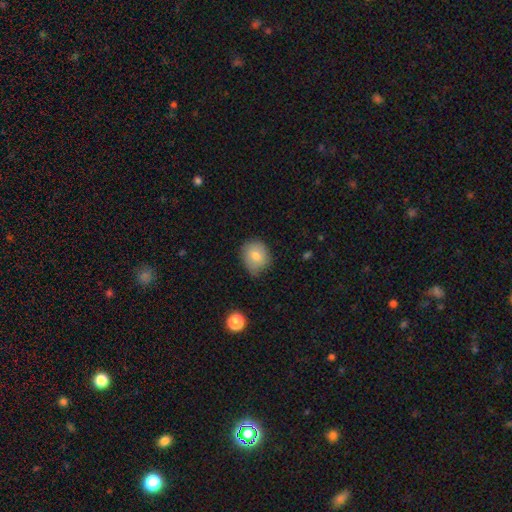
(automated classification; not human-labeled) Morphology: type=smooth (77%); roundness=round (73%); merging=none (66%).